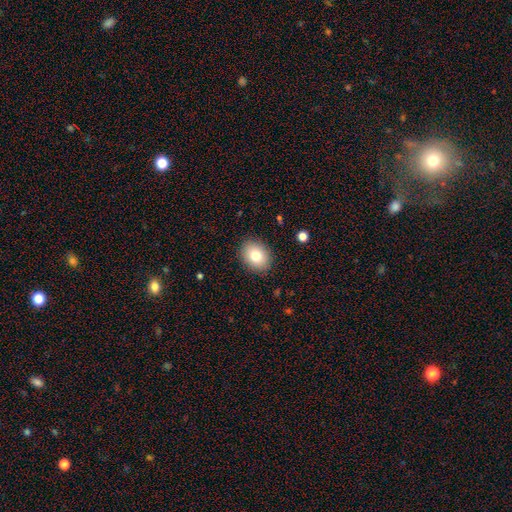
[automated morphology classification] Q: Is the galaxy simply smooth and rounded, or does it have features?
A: smooth — 79%.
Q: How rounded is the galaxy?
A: in between — 58%.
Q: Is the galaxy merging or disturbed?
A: none — 89%.